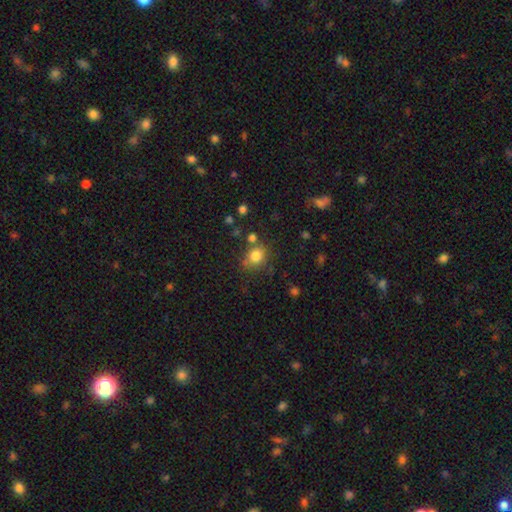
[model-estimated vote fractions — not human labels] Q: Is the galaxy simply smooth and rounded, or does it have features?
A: smooth — 80%.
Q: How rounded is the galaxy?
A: round — 77%.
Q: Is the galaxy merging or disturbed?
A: none — 68%.